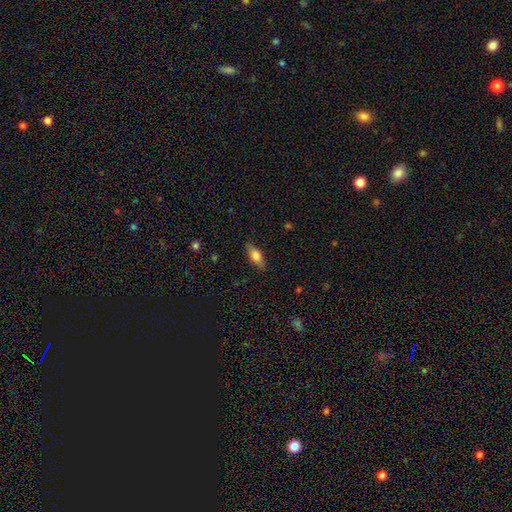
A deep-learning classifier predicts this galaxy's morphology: A smooth galaxy with no disk features (72%) that is in between round and cigar-shaped (72%).

Vote fractions:
- Smooth or featured? smooth: 72% / featured or disk: 22% / star or artifact: 7%
- How rounded? in between: 72% / cigar-shaped: 25% / round: 3%
- Merging? none: 85% / minor disturbance: 11% / major disturbance: 3% / merger: 1%